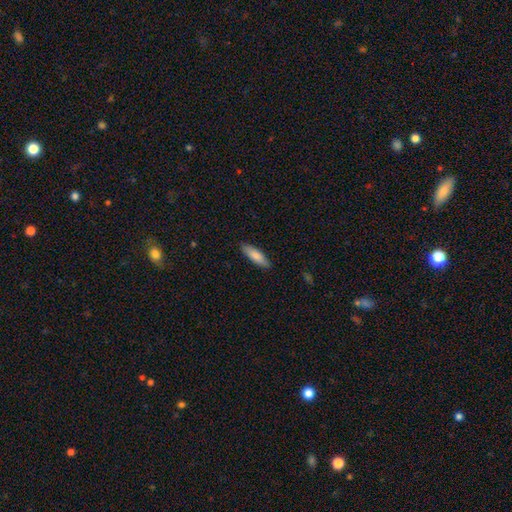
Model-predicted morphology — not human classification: smooth 83%, featured or disk 12%, star or artifact 5%. Down the decision tree: how rounded — cigar-shaped (59%); merging — none (88%).